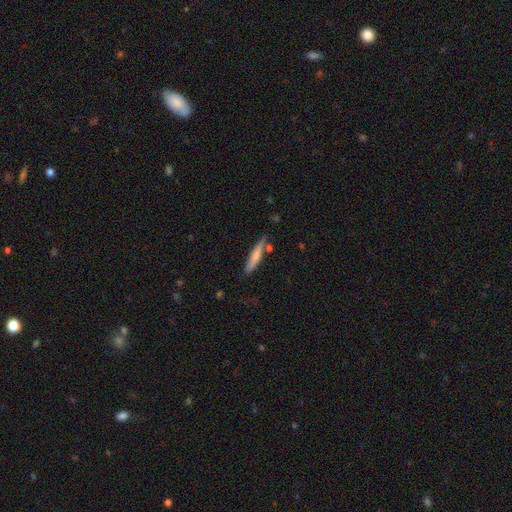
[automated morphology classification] Smooth or featured? smooth (68%)
How rounded? cigar-shaped (90%)
Merging? none (76%)